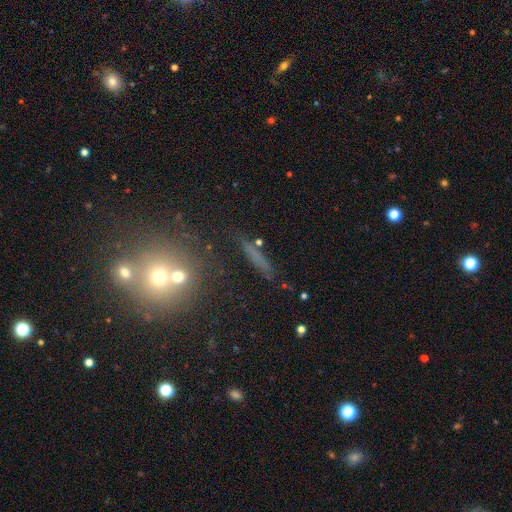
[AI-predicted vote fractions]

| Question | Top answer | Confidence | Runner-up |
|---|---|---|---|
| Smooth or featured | smooth | 50% | featured or disk (31%) |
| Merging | none | 79% | minor disturbance (10%) |